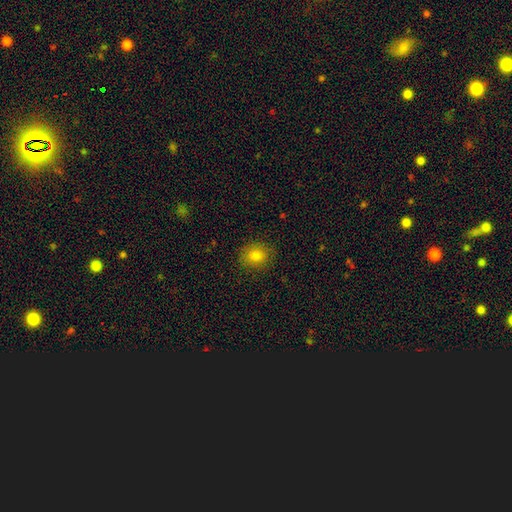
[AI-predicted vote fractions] Morphology: type=smooth (81%); roundness=round (69%); merging=none (86%).